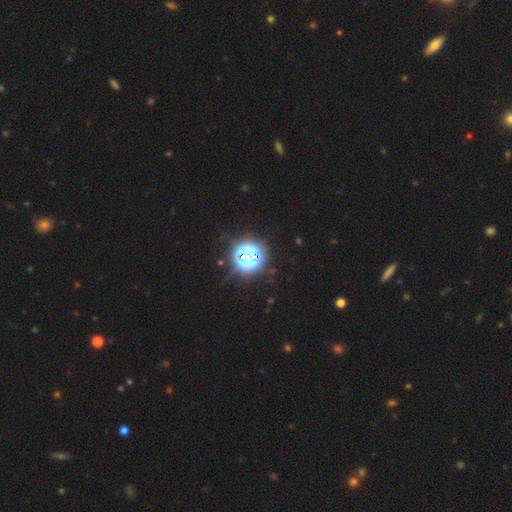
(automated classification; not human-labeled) A star or artifact, not a galaxy (69%).